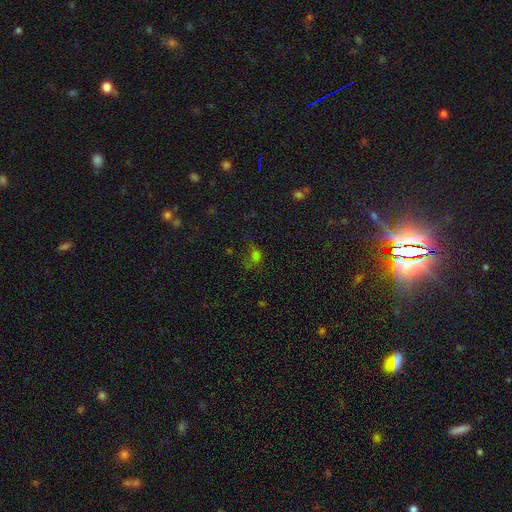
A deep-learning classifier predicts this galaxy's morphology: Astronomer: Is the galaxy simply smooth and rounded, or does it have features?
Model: smooth — 56% (runner-up: star or artifact, 31%).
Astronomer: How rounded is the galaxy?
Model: in between — 59% (runner-up: round, 38%).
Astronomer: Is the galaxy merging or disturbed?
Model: none — 37% (runner-up: major disturbance, 33%).